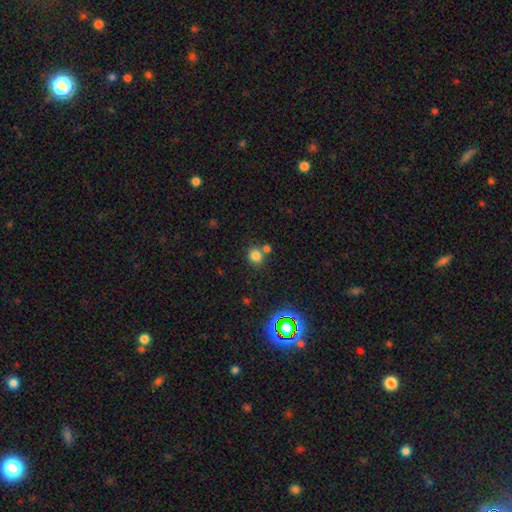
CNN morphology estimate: Overall: smooth (78%). How rounded: round (80%). Merging: none (66%).